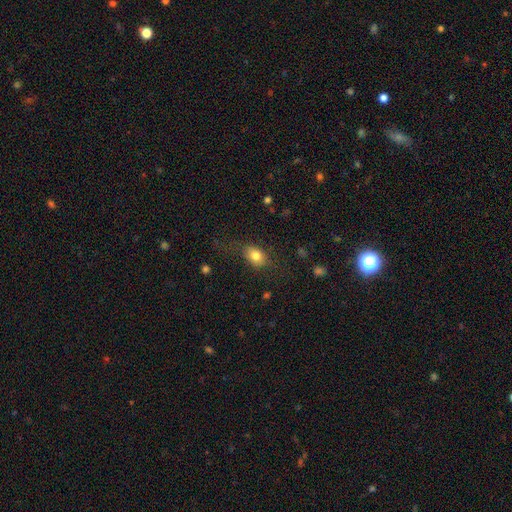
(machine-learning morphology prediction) A smooth galaxy with no disk features (81%) that is in between round and cigar-shaped (74%).

Vote fractions:
- Smooth or featured? smooth: 81% / featured or disk: 10% / star or artifact: 9%
- How rounded? in between: 74% / round: 24% / cigar-shaped: 2%
- Merging? none: 69% / minor disturbance: 18% / major disturbance: 12% / merger: 2%